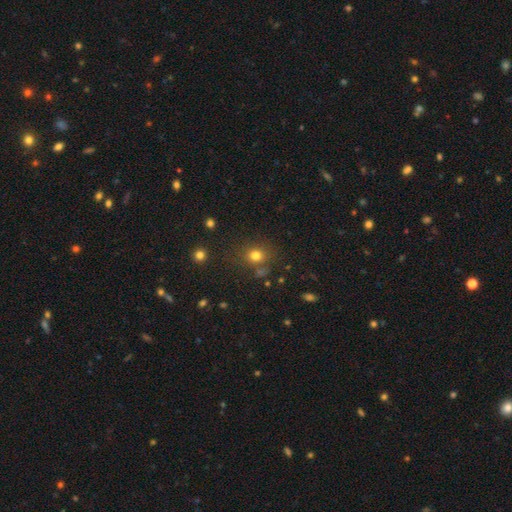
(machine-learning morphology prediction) smooth 76%, star or artifact 17%, featured or disk 7%. Down the decision tree: how rounded — round (81%); merging — none (77%).